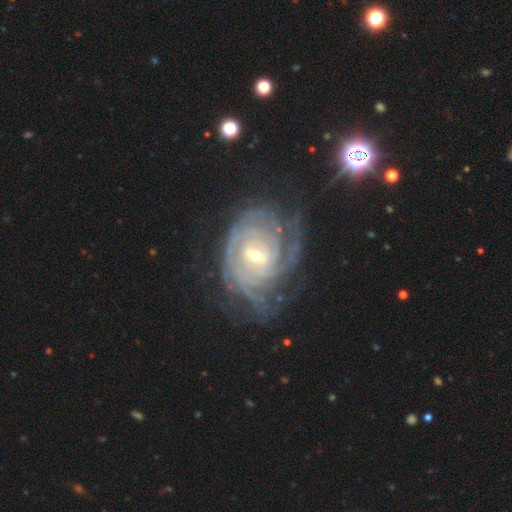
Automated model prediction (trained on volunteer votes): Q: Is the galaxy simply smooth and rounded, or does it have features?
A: featured or disk — 87%.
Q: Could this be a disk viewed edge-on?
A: no — 96%.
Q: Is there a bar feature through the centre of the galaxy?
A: weak — 47%.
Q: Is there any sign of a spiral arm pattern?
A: yes — 96%.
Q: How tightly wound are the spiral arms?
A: tight — 76%.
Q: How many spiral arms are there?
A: can't tell — 39%.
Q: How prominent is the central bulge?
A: small — 58%.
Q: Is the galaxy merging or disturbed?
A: none — 60%.